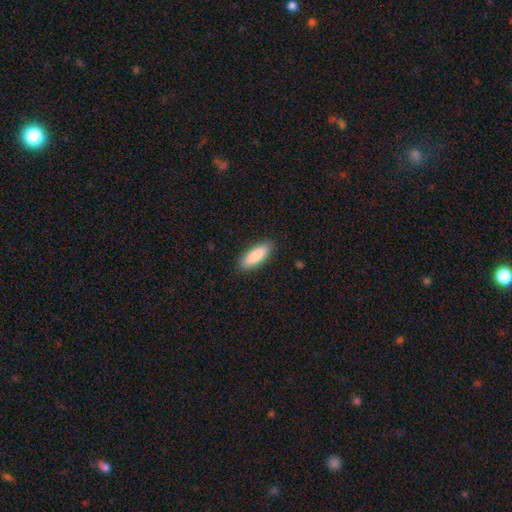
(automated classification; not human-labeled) Morphology: type=smooth (87%); roundness=in between (60%); merging=none (89%).